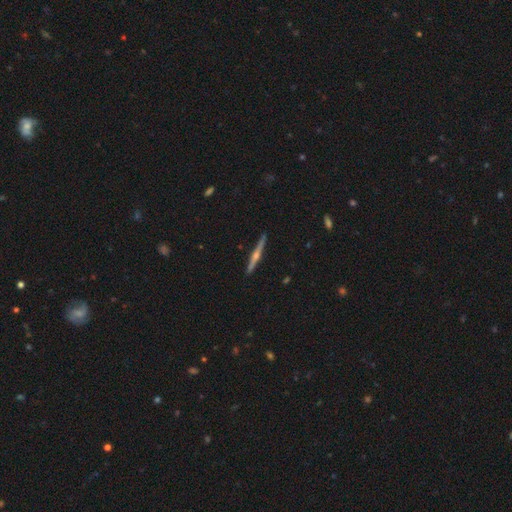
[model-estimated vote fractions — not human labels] smooth-or-featured: featured or disk: 75% | smooth: 19% | star or artifact: 6%
  disk-edge-on: yes: 98% | no: 2%
    edge-on-bulge: rounded: 85% | none: 10% | boxy: 5%
  merging: none: 90% | minor disturbance: 7% | major disturbance: 1% | merger: 1%